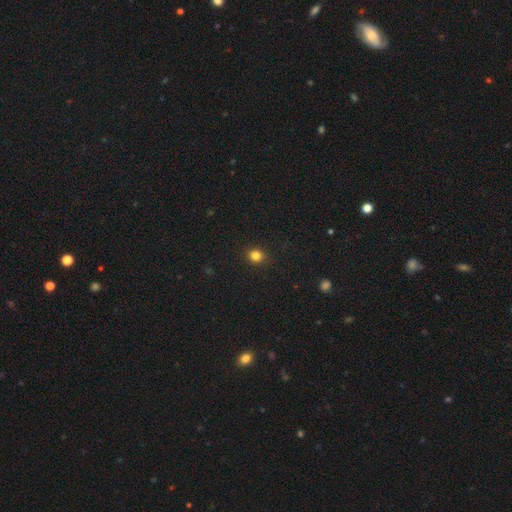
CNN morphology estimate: Smooth or featured?
  - smooth: 83% *
  - star or artifact: 13%
  - featured or disk: 4%
How rounded?
  - round: 82% *
  - in between: 17%
  - cigar-shaped: 1%
Merging?
  - none: 91% *
  - minor disturbance: 6%
  - major disturbance: 2%
  - merger: 1%